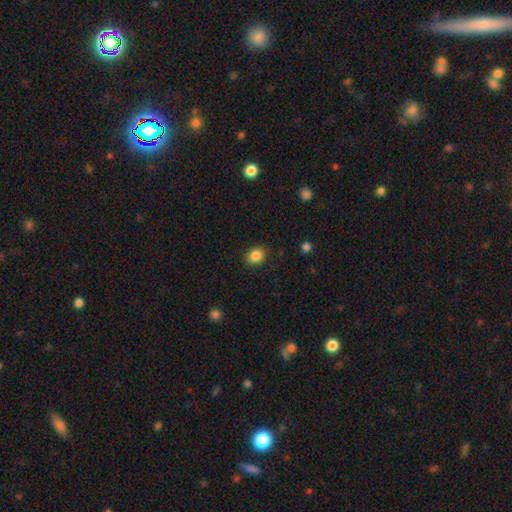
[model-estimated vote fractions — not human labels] A smooth galaxy with no disk features (86%) that is round (50%).

Vote fractions:
- Smooth or featured? smooth: 86% / star or artifact: 10% / featured or disk: 4%
- How rounded? round: 50% / in between: 49% / cigar-shaped: 1%
- Merging? none: 88% / minor disturbance: 9% / major disturbance: 2% / merger: 1%